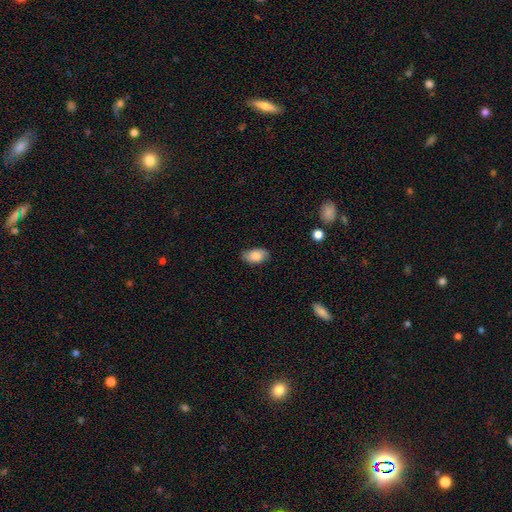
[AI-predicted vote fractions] smooth_or_featured: smooth (p=0.78) [alt: featured or disk p=0.14]
how_rounded: in between (p=0.91) [alt: round p=0.07]
merging: none (p=0.78) [alt: minor disturbance p=0.17]